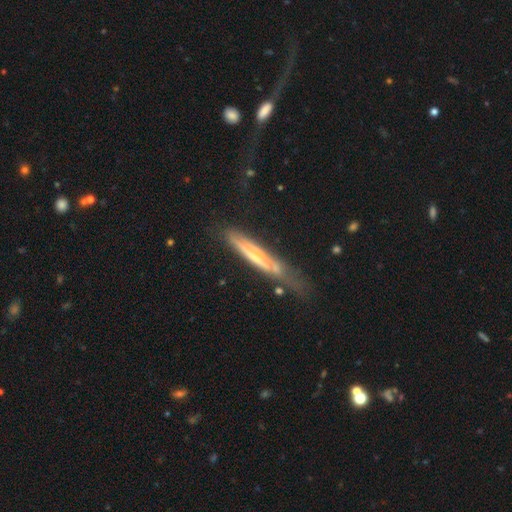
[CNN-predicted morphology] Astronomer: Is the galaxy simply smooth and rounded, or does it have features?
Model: featured or disk — 60%.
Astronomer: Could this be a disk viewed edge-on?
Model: yes — 81%.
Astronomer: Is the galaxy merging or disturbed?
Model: none — 50% (runner-up: minor disturbance, 30%).